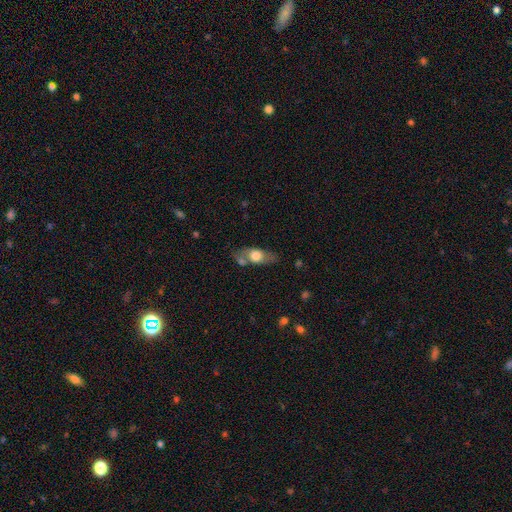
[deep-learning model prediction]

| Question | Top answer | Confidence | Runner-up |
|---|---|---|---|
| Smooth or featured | smooth | 59% | featured or disk (34%) |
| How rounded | in between | 73% | cigar-shaped (19%) |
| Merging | none | 61% | minor disturbance (19%) |